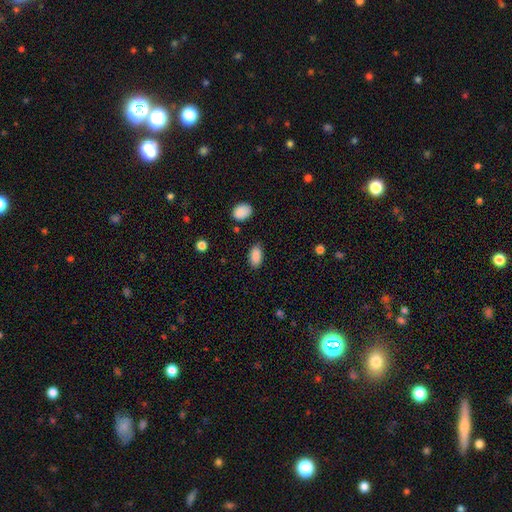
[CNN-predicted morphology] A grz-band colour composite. It shows a smooth galaxy with no disk features (88%) that is in between round and cigar-shaped (92%). Merging: none (84%).